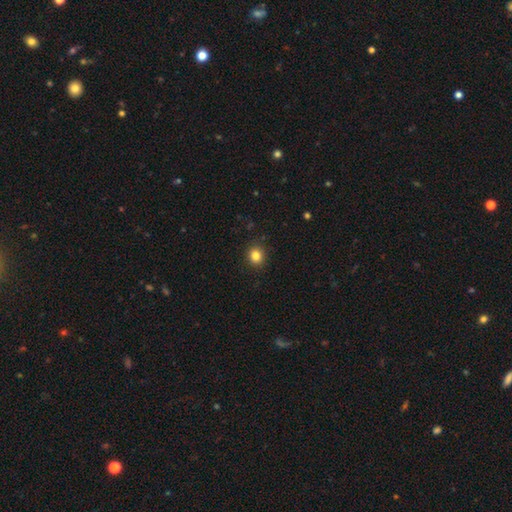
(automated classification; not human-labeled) smooth_or_featured: smooth (p=0.83) [alt: star or artifact p=0.12]
how_rounded: round (p=0.85) [alt: in between p=0.14]
merging: none (p=0.91) [alt: minor disturbance p=0.06]